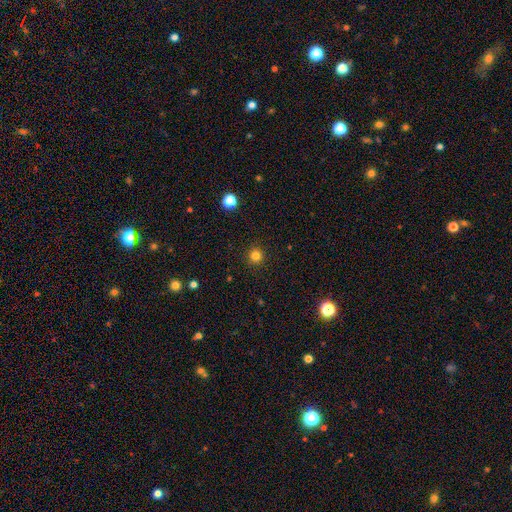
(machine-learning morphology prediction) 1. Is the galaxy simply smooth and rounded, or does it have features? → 81% smooth, 15% star or artifact, 5% featured or disk.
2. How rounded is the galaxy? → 94% round, 5% in between, 1% cigar-shaped.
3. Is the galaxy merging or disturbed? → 92% none, 5% minor disturbance, 2% major disturbance, 1% merger.